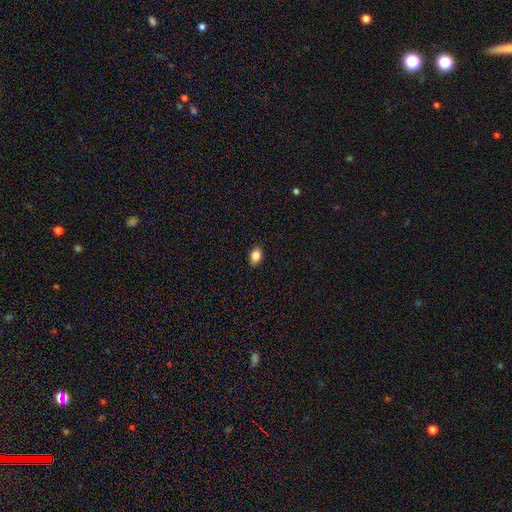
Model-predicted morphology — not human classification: Smooth or featured?
  - smooth: 85% *
  - star or artifact: 9%
  - featured or disk: 6%
How rounded?
  - in between: 79% *
  - round: 20%
  - cigar-shaped: 1%
Merging?
  - none: 88% *
  - minor disturbance: 10%
  - major disturbance: 2%
  - merger: 1%